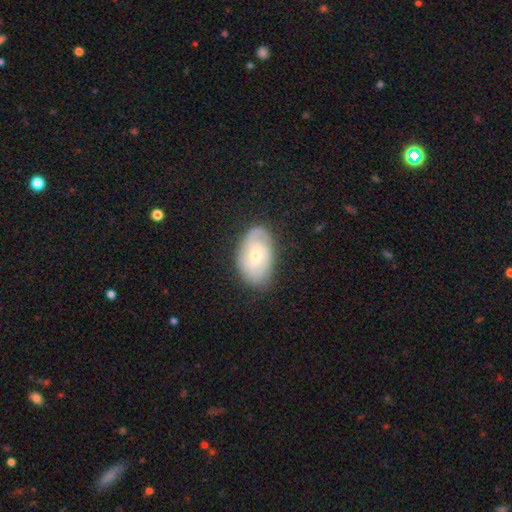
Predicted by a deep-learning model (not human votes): The model was most divided on "bulge size": moderate: 53%, small: 43%, large: 3%, none: 1%, dominant: 1%. More confident: edge-on disk — no (94%); spiral arms — yes (75%); merging — none (74%); bar — no (67%); smooth or featured — featured or disk (54%).